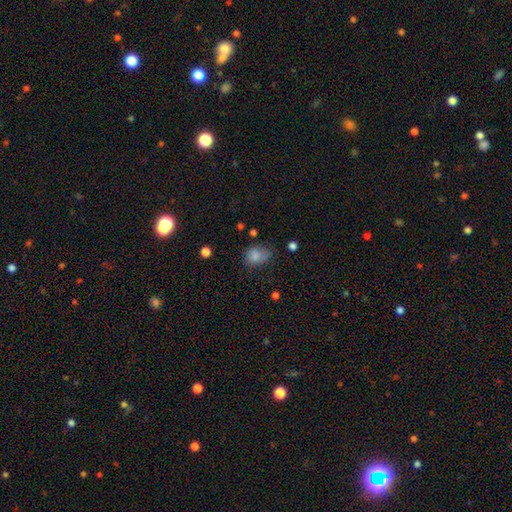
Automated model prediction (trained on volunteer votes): Smooth or featured? Predicted: smooth (p=0.80). How rounded? Predicted: in between (p=0.60). Merging? Predicted: none (p=0.52).